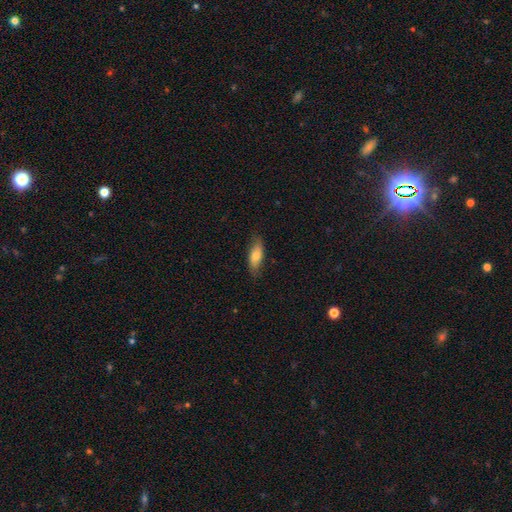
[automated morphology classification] Q: Smooth or featured?
A: smooth (73%); runner-up: featured or disk (21%)
Q: How rounded?
A: in between (69%); runner-up: cigar-shaped (28%)
Q: Merging?
A: none (78%); runner-up: minor disturbance (18%)